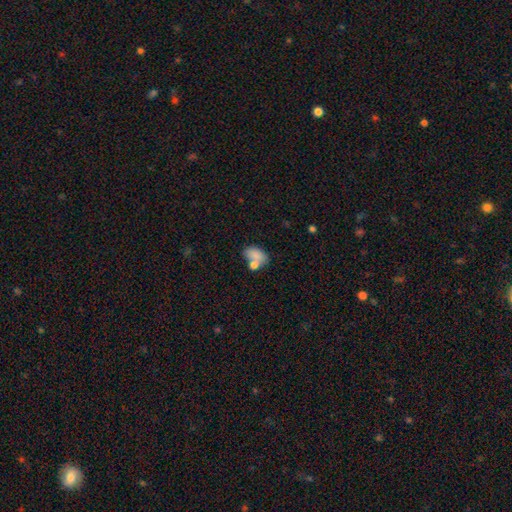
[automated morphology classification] Smooth or featured: smooth — 79% (featured or disk — 12%)
How rounded: in between — 85% (round — 14%)
Merging: merger — 39% (none — 37%)